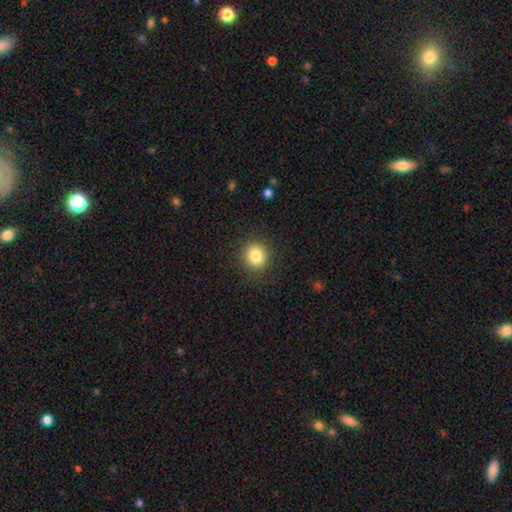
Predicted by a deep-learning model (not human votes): Smooth or featured: smooth — 83% (star or artifact — 10%)
How rounded: round — 90% (in between — 9%)
Merging: none — 90% (minor disturbance — 6%)